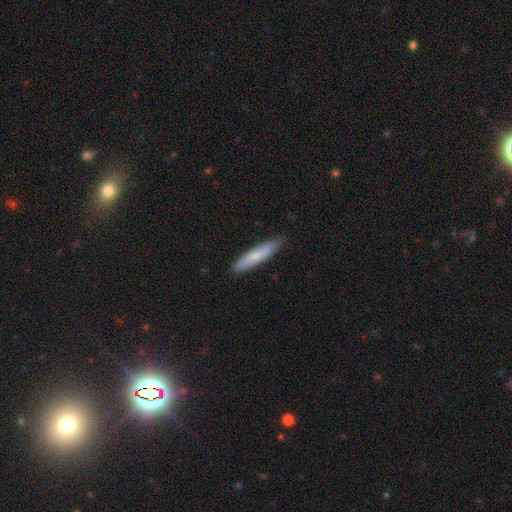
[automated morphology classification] A smooth galaxy with no disk features (70%) that is cigar-shaped (87%).

Vote fractions:
- Smooth or featured? smooth: 70% / featured or disk: 25% / star or artifact: 6%
- How rounded? cigar-shaped: 87% / in between: 12% / round: 1%
- Merging? none: 87% / minor disturbance: 11% / major disturbance: 2% / merger: 1%